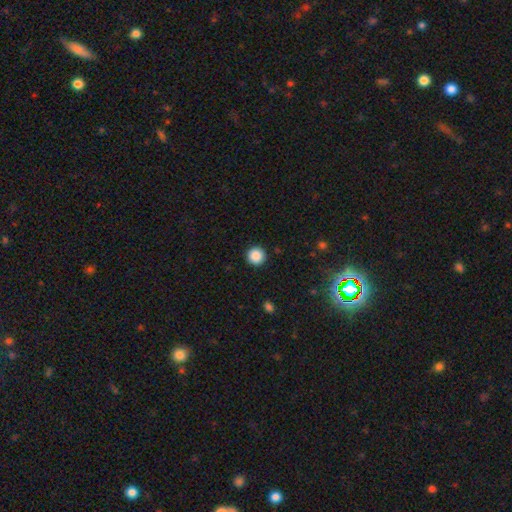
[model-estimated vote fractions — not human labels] Q: Smooth or featured?
A: smooth (87%); runner-up: star or artifact (10%)
Q: How rounded?
A: round (96%); runner-up: in between (3%)
Q: Merging?
A: none (93%); runner-up: minor disturbance (5%)